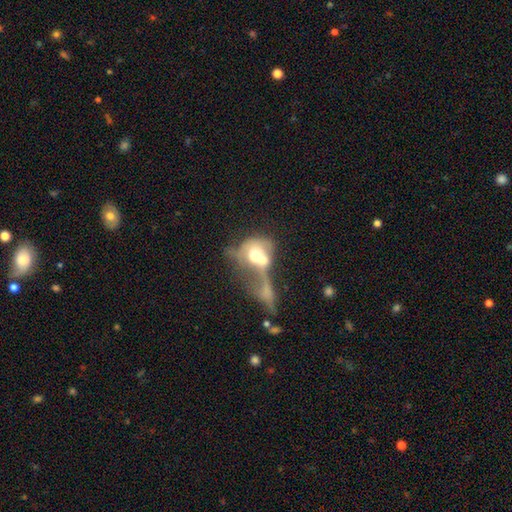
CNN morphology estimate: smooth-or-featured: smooth: 52% | featured or disk: 38% | star or artifact: 10%
  how-rounded: round: 52% | in between: 44% | cigar-shaped: 4%
  merging: merger: 61% | major disturbance: 21% | none: 11% | minor disturbance: 7%